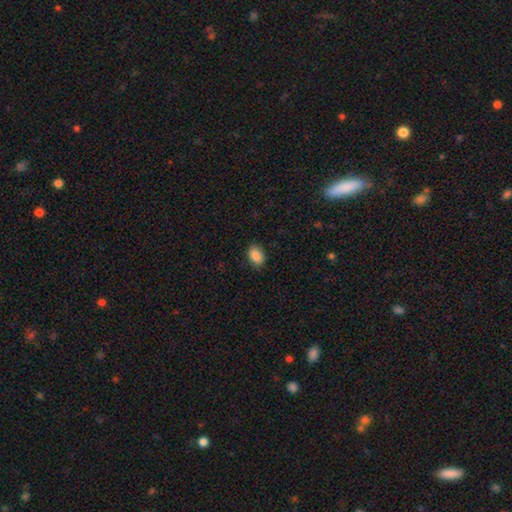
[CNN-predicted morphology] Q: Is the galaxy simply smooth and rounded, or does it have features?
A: smooth — 87%.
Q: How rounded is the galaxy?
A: in between — 84%.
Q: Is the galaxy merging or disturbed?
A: none — 86%.